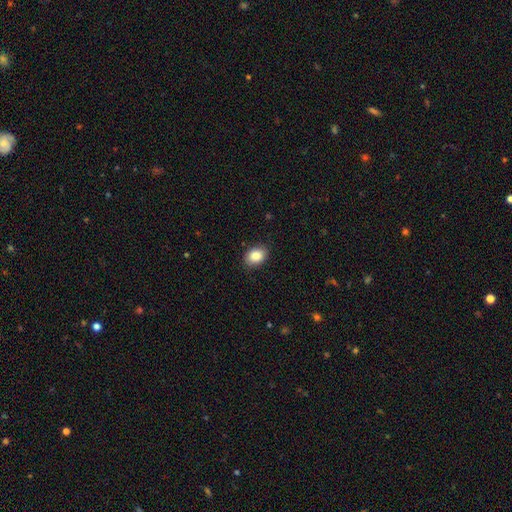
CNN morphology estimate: Smooth or featured?
  - smooth: 86% *
  - star or artifact: 8%
  - featured or disk: 6%
How rounded?
  - in between: 75% *
  - round: 23%
  - cigar-shaped: 1%
Merging?
  - none: 88% *
  - minor disturbance: 9%
  - major disturbance: 2%
  - merger: 1%